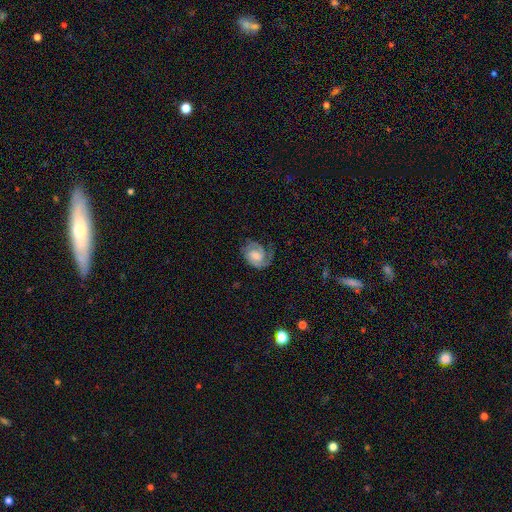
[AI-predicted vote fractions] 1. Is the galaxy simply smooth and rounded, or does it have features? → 81% featured or disk, 13% smooth, 6% star or artifact.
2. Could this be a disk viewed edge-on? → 98% no, 2% yes.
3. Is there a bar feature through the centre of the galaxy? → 46% no, 44% weak, 10% strong.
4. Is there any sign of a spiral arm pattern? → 96% yes, 4% no.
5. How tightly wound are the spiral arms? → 55% tight, 36% medium, 9% loose.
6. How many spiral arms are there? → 63% 2, 17% 1, 10% can't tell, 7% 3, 2% 4, 2% more than 4.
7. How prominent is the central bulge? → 46% moderate, 31% small, 11% large, 10% none, 2% dominant.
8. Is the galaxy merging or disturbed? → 65% none, 20% minor disturbance, 13% major disturbance, 2% merger.